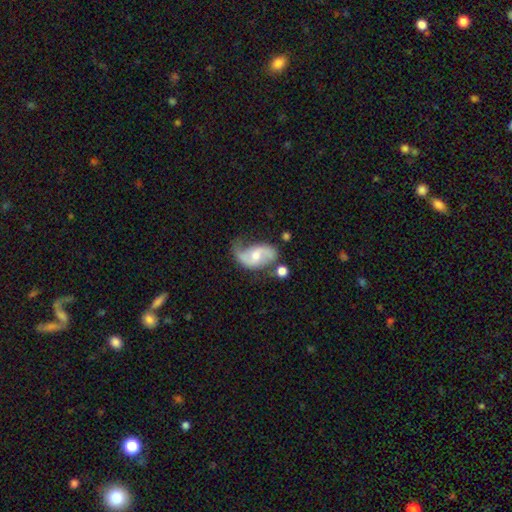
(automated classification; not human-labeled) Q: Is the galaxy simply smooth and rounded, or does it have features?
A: featured or disk — 78%.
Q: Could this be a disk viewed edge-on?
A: no — 97%.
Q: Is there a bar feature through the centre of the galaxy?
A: no — 46%.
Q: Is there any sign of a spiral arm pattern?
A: yes — 92%.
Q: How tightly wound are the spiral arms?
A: loose — 57%.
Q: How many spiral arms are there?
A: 2 — 87%.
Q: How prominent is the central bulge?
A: moderate — 57%.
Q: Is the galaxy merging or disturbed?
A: none — 52%.